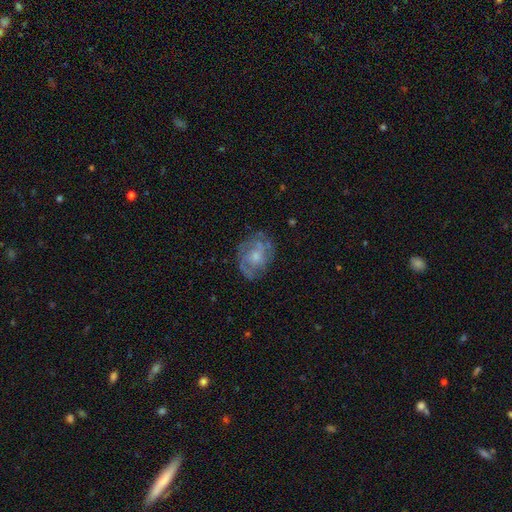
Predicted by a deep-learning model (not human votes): Q: Smooth or featured?
A: featured or disk (63%); runner-up: smooth (28%)
Q: Edge-on disk?
A: no (97%); runner-up: yes (3%)
Q: Bar?
A: no (76%); runner-up: weak (21%)
Q: Spiral arms?
A: yes (64%); runner-up: no (36%)
Q: Bulge size?
A: moderate (44%); runner-up: small (41%)
Q: Merging?
A: none (67%); runner-up: minor disturbance (20%)